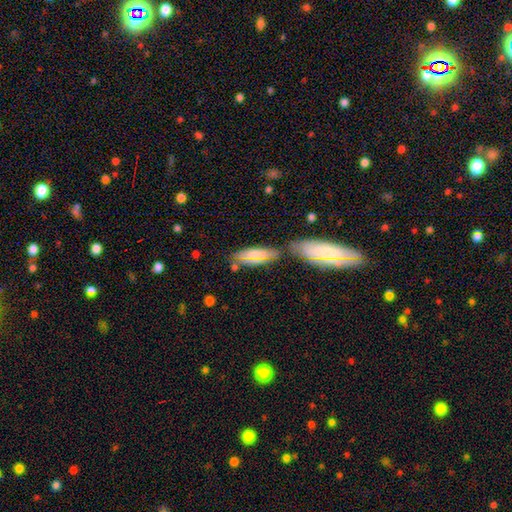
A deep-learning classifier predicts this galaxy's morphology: smooth-or-featured: smooth: 68% | featured or disk: 19% | star or artifact: 13%
  how-rounded: in between: 61% | cigar-shaped: 36% | round: 4%
  merging: none: 73% | minor disturbance: 16% | merger: 7% | major disturbance: 4%